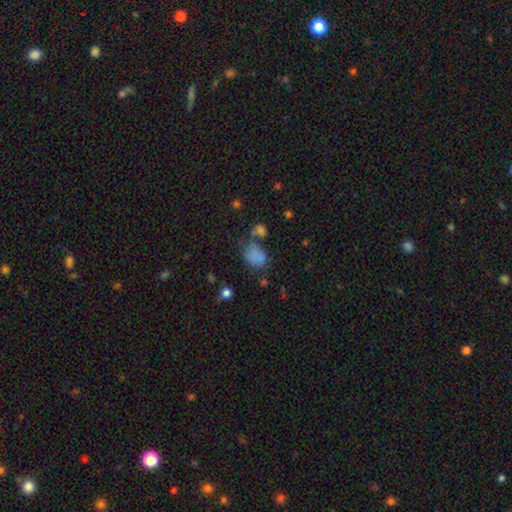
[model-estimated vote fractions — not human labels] smooth-or-featured: smooth: 75% | star or artifact: 15% | featured or disk: 10%
  how-rounded: in between: 73% | round: 26% | cigar-shaped: 1%
  merging: none: 39% | minor disturbance: 22% | merger: 21% | major disturbance: 18%